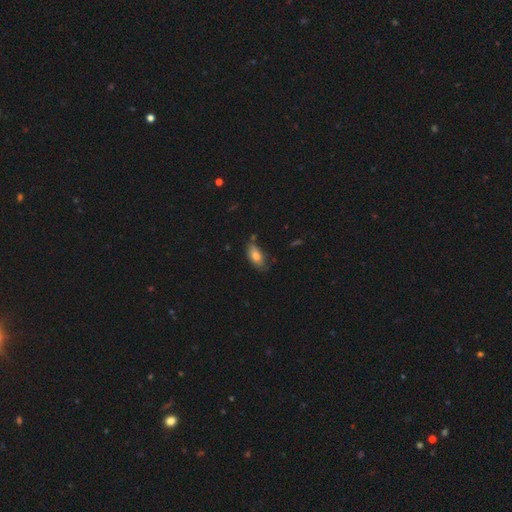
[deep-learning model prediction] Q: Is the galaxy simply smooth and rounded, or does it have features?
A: smooth — 76%.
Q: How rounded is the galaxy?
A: in between — 89%.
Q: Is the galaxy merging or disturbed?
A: none — 61%.